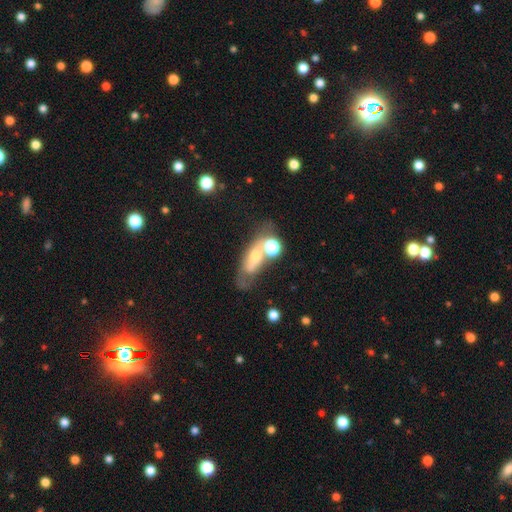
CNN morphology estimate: A smooth galaxy with no disk features (45%). Merging: none (39%).